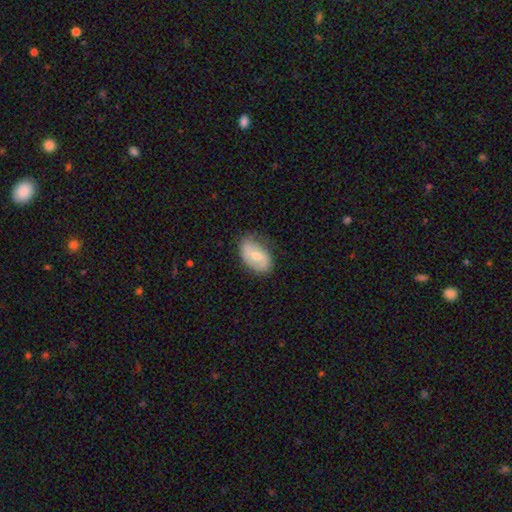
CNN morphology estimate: The model was most divided on "bar": no: 44%, weak: 42%, strong: 13%. More confident: edge-on disk — no (95%); spiral arms — yes (78%); merging — none (69%); smooth or featured — featured or disk (58%); bulge size — moderate (55%).